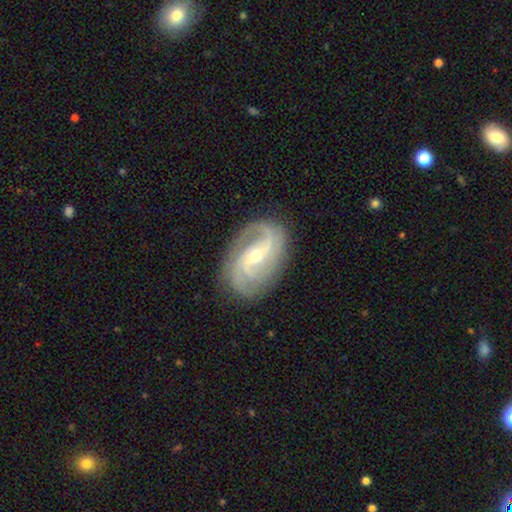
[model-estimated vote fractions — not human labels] A featured or disk galaxy (89%) with a weak bar (44%), 2 (61%) medium (47%) spiral arms (97%) and a small central bulge (58%). Merging: none (80%).